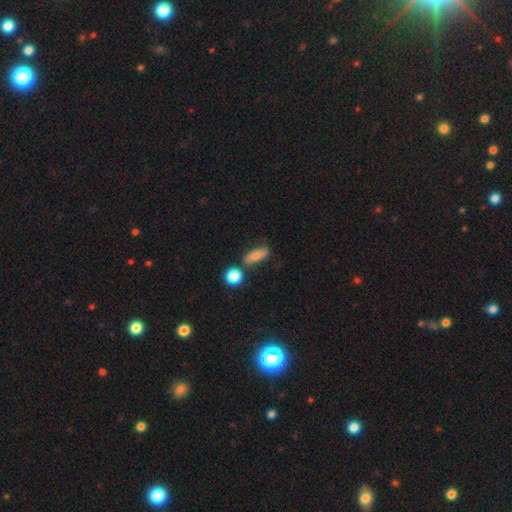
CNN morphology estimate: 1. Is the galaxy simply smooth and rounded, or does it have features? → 65% smooth, 26% featured or disk, 10% star or artifact.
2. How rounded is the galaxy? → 52% in between, 37% cigar-shaped, 11% round.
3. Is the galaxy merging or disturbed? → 67% none, 17% minor disturbance, 10% merger, 6% major disturbance.